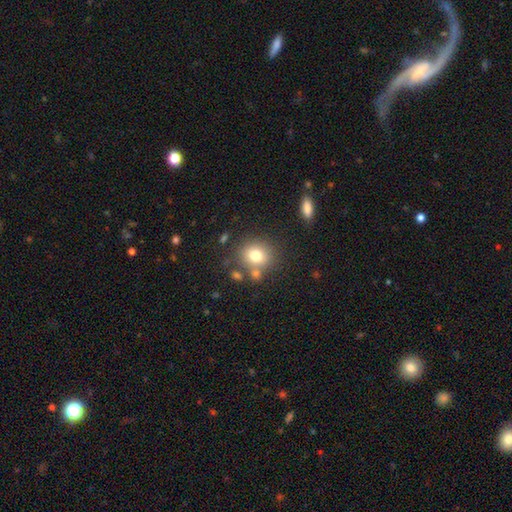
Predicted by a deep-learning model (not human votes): This appears to be a smooth galaxy with no disk features (75%) that is round (76%). Merging: none (70%).